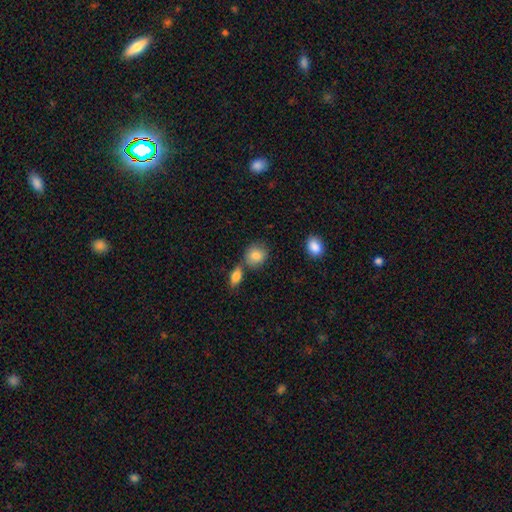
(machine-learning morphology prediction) type=smooth (85%); roundness=round (65%); merging=none (61%).